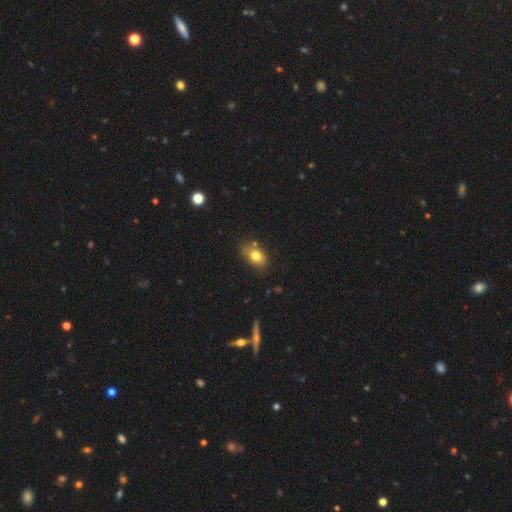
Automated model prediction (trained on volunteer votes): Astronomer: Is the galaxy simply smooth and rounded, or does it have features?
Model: smooth — 77%.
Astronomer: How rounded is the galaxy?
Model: in between — 75%.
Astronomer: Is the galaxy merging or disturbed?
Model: none — 66%.